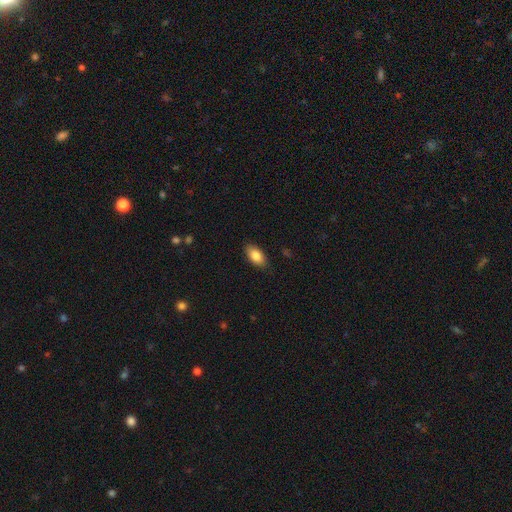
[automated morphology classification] type=smooth (84%); roundness=in between (92%); merging=none (85%).